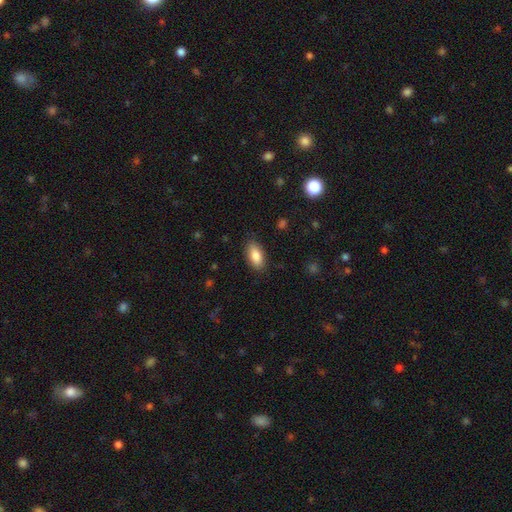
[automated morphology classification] A smooth galaxy with no disk features (84%) that is in between round and cigar-shaped (89%).

Vote fractions:
- Smooth or featured? smooth: 84% / featured or disk: 9% / star or artifact: 7%
- How rounded? in between: 89% / cigar-shaped: 8% / round: 3%
- Merging? none: 86% / minor disturbance: 10% / major disturbance: 2% / merger: 1%